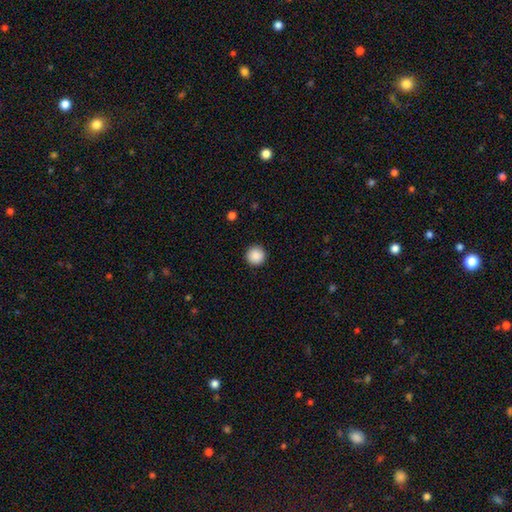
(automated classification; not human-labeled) Smooth or featured? smooth (89%)
How rounded? round (96%)
Merging? none (92%)